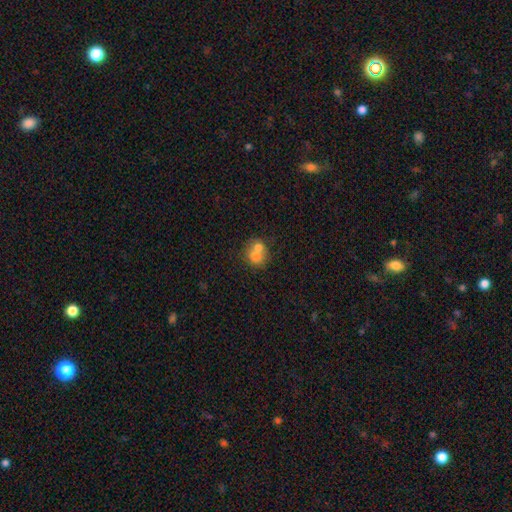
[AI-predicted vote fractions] Smooth or featured?
  - smooth: 69% *
  - featured or disk: 21%
  - star or artifact: 10%
How rounded?
  - round: 73% *
  - in between: 26%
  - cigar-shaped: 1%
Merging?
  - merger: 61% *
  - none: 29%
  - minor disturbance: 7%
  - major disturbance: 3%